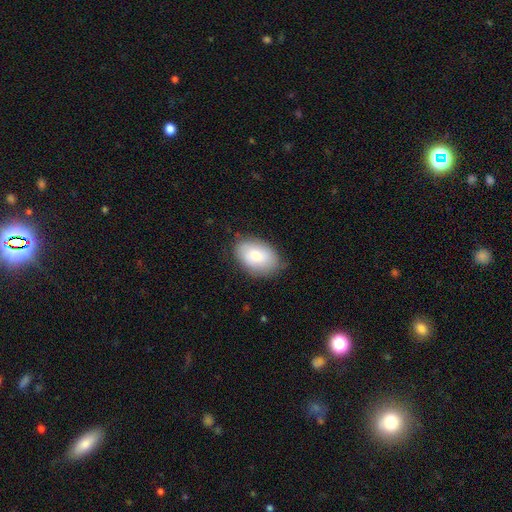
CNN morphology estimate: smooth_or_featured: smooth (p=0.78) [alt: featured or disk p=0.16]
how_rounded: in between (p=0.87) [alt: round p=0.12]
merging: none (p=0.76) [alt: minor disturbance p=0.19]